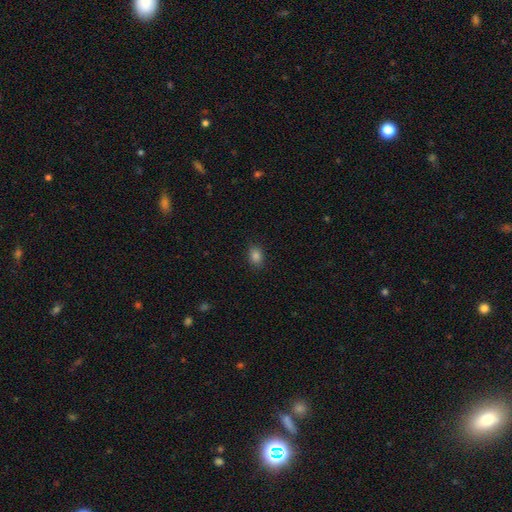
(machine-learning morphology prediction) smooth-or-featured: smooth: 84% | star or artifact: 11% | featured or disk: 4%
  how-rounded: in between: 73% | round: 26% | cigar-shaped: 1%
  merging: none: 88% | minor disturbance: 9% | major disturbance: 2% | merger: 1%